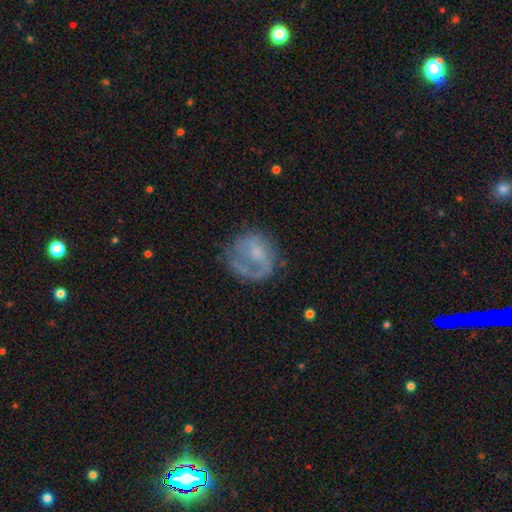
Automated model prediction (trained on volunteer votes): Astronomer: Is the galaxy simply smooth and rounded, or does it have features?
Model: featured or disk — 59%.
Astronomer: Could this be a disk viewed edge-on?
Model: no — 97%.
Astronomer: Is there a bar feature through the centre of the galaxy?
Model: no — 65%.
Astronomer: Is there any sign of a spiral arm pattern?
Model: yes — 70%.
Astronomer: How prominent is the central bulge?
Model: small — 44% (runner-up: moderate, 27%).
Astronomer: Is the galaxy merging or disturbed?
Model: none — 54%.